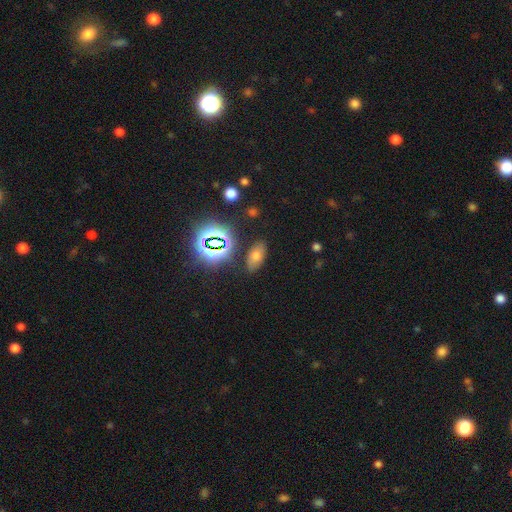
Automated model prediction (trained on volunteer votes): smooth_or_featured: smooth (p=0.59) [alt: star or artifact p=0.27]
how_rounded: in between (p=0.87) [alt: round p=0.09]
merging: none (p=0.82) [alt: minor disturbance p=0.12]